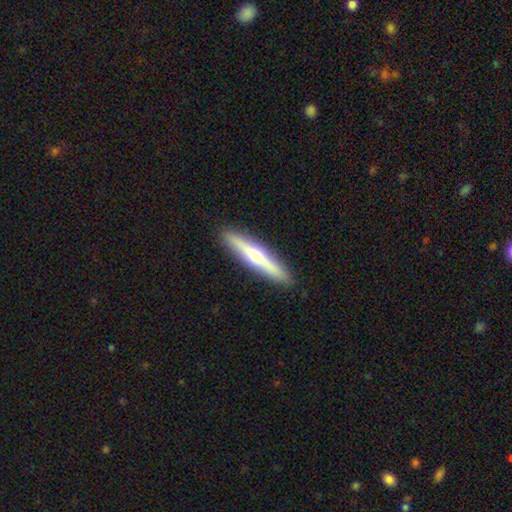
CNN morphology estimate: A featured or disk galaxy (57%) viewed edge-on (95%) with a rounded central bulge (87%). Merging: none (92%).